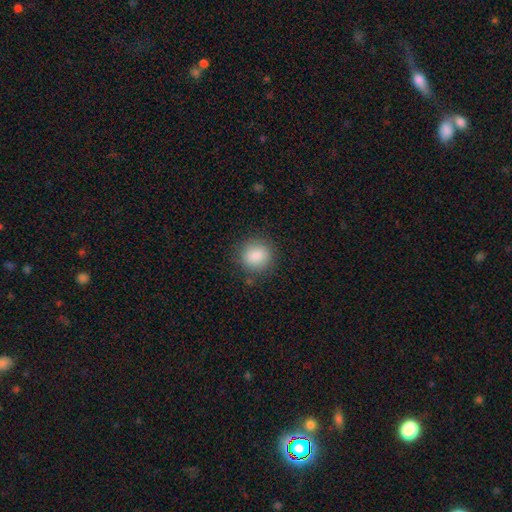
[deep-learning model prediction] Smooth or featured?
  - smooth: 88% *
  - star or artifact: 9%
  - featured or disk: 4%
How rounded?
  - round: 84% *
  - in between: 15%
  - cigar-shaped: 1%
Merging?
  - none: 85% *
  - minor disturbance: 10%
  - major disturbance: 4%
  - merger: 1%